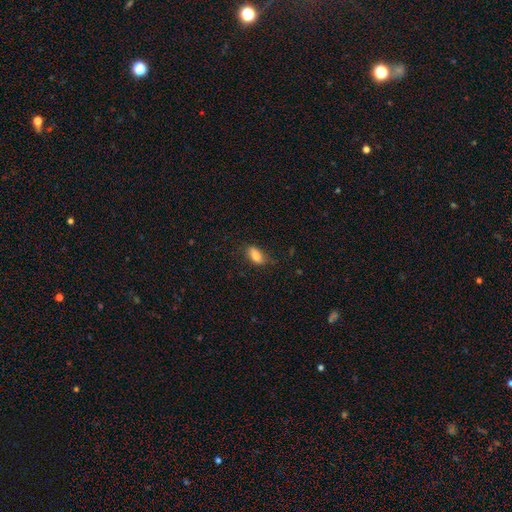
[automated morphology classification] smooth_or_featured: smooth (p=0.82) [alt: featured or disk p=0.10]
how_rounded: in between (p=0.86) [alt: cigar-shaped p=0.09]
merging: none (p=0.69) [alt: minor disturbance p=0.24]